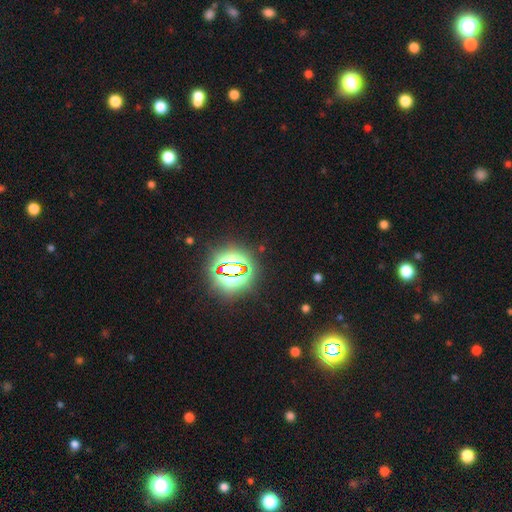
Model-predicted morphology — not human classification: Smooth or featured? star or artifact (82%)